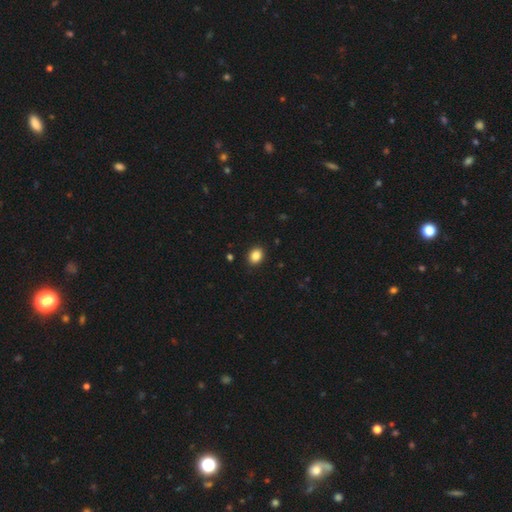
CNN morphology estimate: Overall: smooth (87%). How rounded: round (51%; in between 49%). Merging: none (90%).